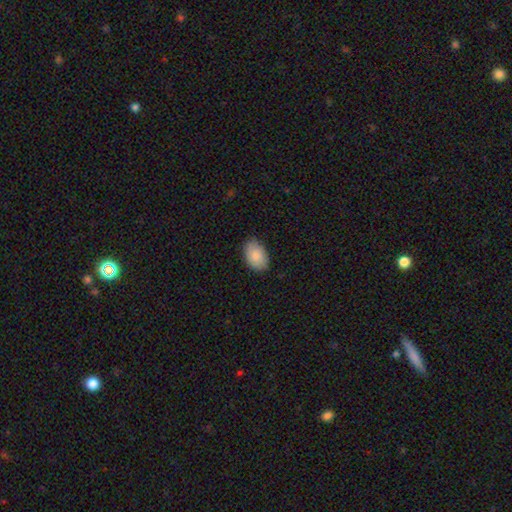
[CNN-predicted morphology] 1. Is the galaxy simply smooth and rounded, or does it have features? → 86% smooth, 8% featured or disk, 6% star or artifact.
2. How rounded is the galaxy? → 89% in between, 10% round, 1% cigar-shaped.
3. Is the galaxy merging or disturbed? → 82% none, 15% minor disturbance, 2% major disturbance, 1% merger.